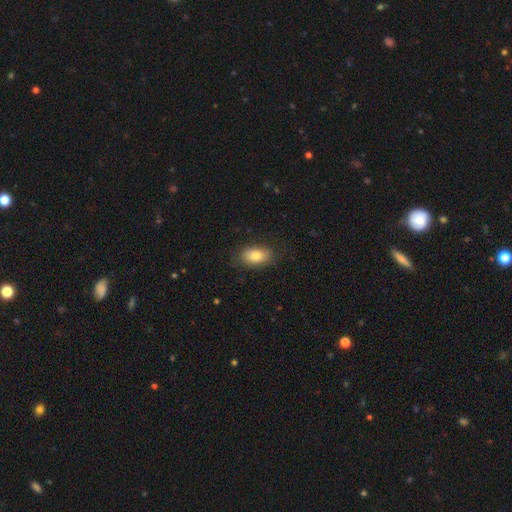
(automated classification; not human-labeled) This is likely a smooth galaxy (78%). How rounded: clearly in between (90%). Merging: clearly none (80%).